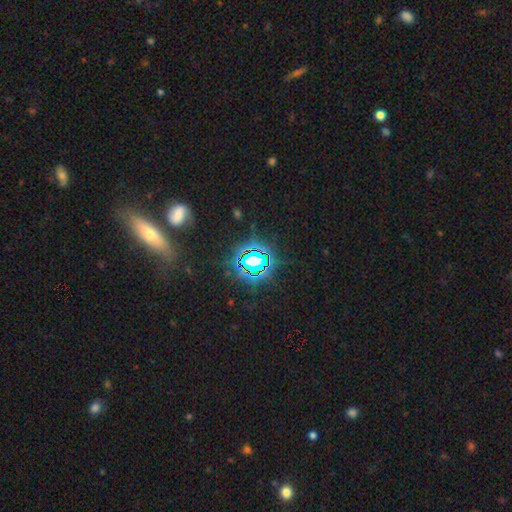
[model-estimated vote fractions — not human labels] Smooth or featured? star or artifact (67%)